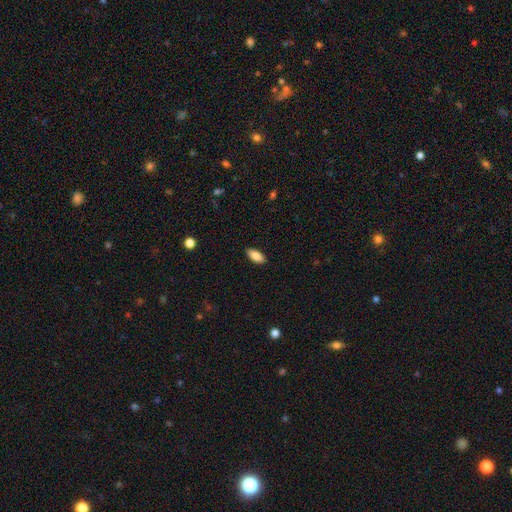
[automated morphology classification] The model was most divided on "smooth or featured": smooth: 84%, featured or disk: 10%, star or artifact: 7%. More confident: merging — none (89%); how rounded — in between (88%).